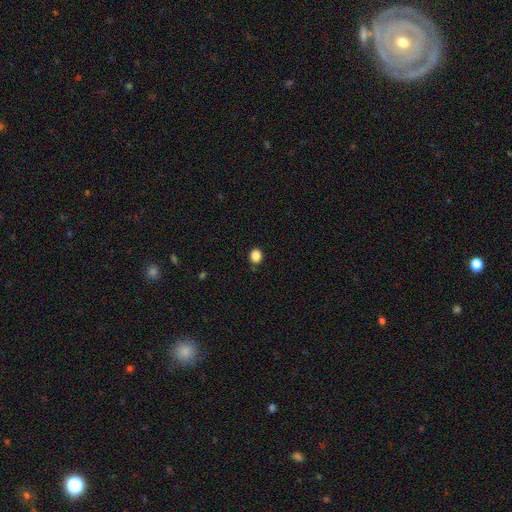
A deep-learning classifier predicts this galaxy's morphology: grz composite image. It shows a smooth galaxy with no disk features (86%) that is round (65%). Merging: none (86%).